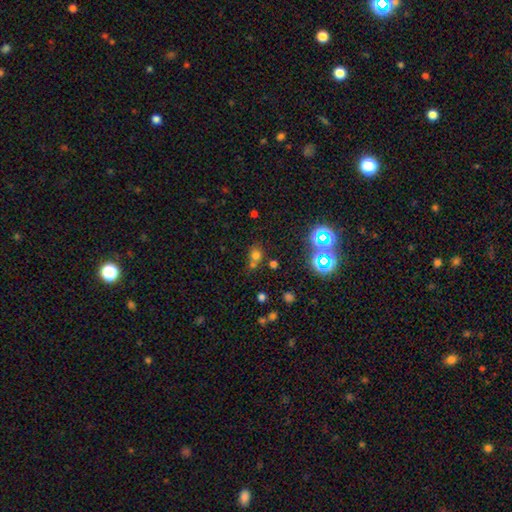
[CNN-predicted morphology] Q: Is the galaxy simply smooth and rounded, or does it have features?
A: smooth — 62%.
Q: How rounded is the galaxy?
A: round — 68%.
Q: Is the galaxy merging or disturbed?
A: none — 51%.